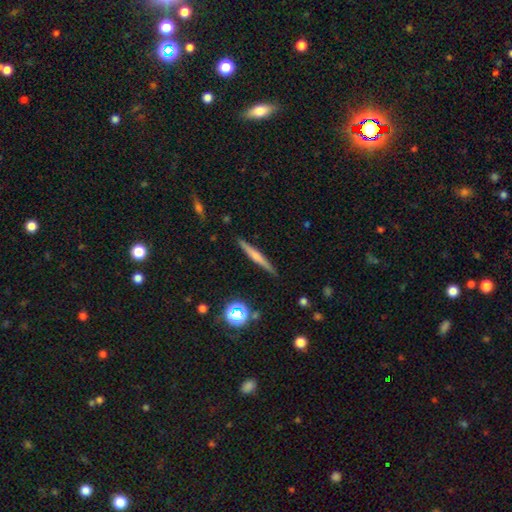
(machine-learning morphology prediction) smooth_or_featured: smooth (p=0.46) [alt: featured or disk p=0.45]
merging: none (p=0.89) [alt: minor disturbance p=0.08]